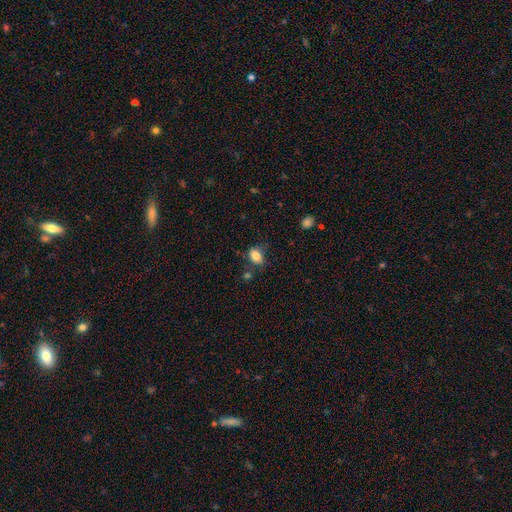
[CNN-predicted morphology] smooth_or_featured: smooth (p=0.84) [alt: star or artifact p=0.10]
how_rounded: in between (p=0.78) [alt: round p=0.20]
merging: none (p=0.70) [alt: minor disturbance p=0.20]